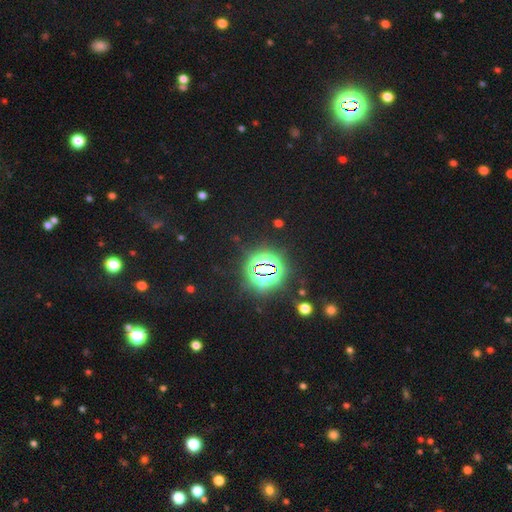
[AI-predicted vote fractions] Morphology: type=star or artifact (81%).